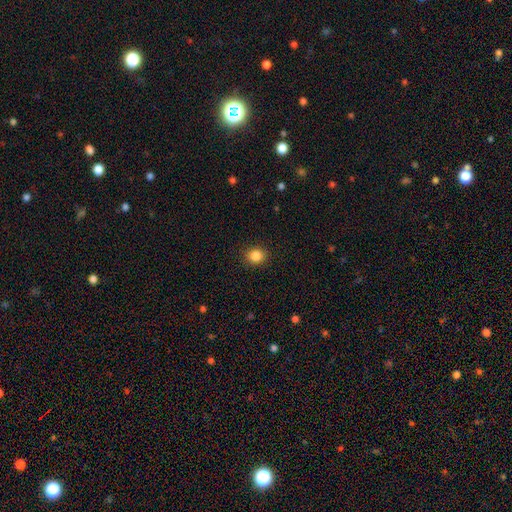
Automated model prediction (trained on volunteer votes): This is clearly a smooth galaxy (85%). How rounded: likely round (77%). Merging: clearly none (90%).